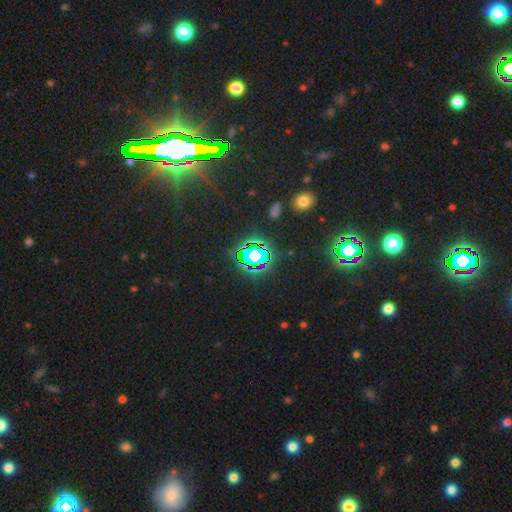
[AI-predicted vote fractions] Q: Smooth or featured?
A: star or artifact (76%); runner-up: smooth (14%)